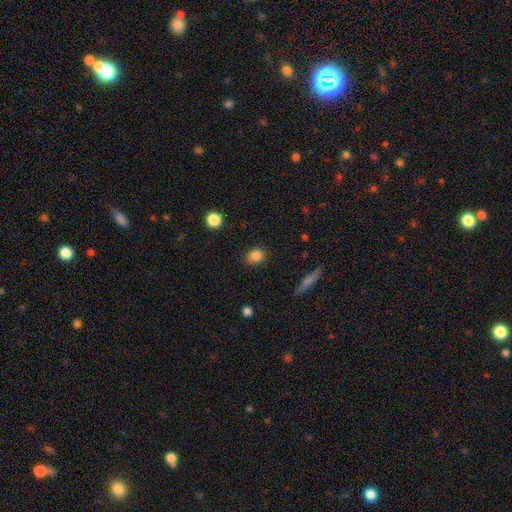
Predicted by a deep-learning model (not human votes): The model was most divided on "how rounded": round: 50%, in between: 48%, cigar-shaped: 2%. More confident: merging — none (87%); smooth or featured — smooth (85%).